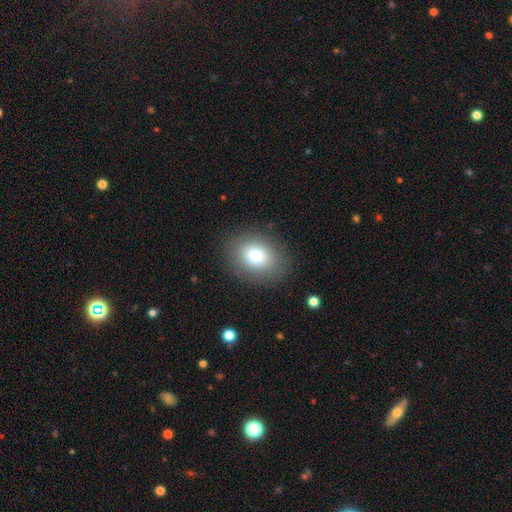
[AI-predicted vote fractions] smooth 76%, featured or disk 12%, star or artifact 11%. Down the decision tree: how rounded — in between (51%); merging — none (86%).